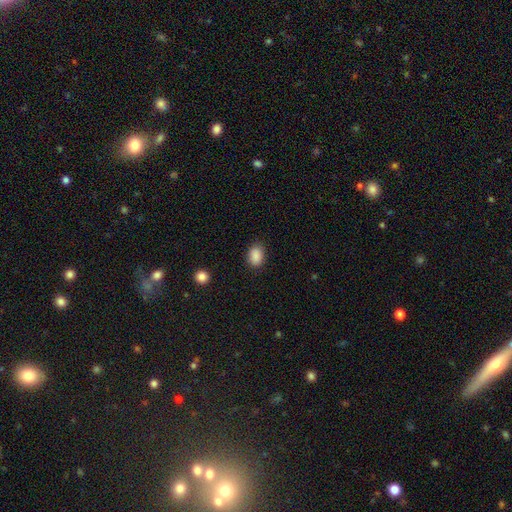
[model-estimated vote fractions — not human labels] smooth_or_featured: smooth (p=0.89) [alt: star or artifact p=0.08]
how_rounded: in between (p=0.76) [alt: round p=0.23]
merging: none (p=0.84) [alt: minor disturbance p=0.12]